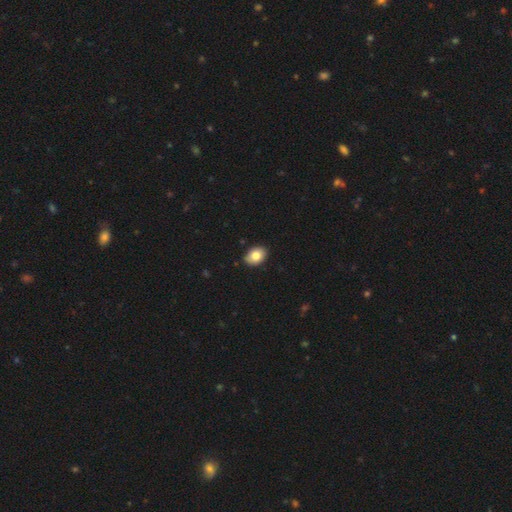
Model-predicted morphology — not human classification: Smooth or featured? smooth (83%)
How rounded? in between (80%)
Merging? none (87%)